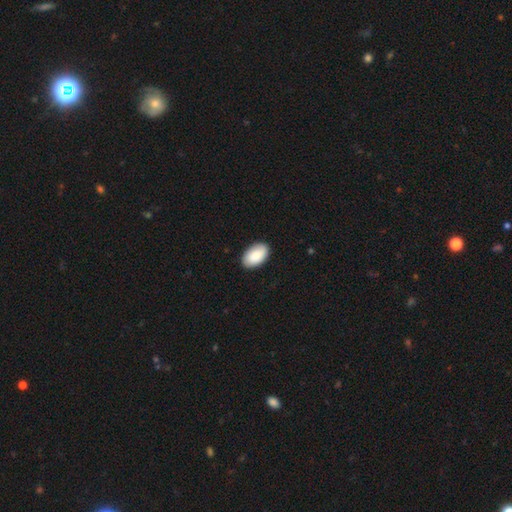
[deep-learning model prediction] A smooth galaxy with no disk features (88%) that is in between round and cigar-shaped (95%).

Vote fractions:
- Smooth or featured? smooth: 88% / featured or disk: 6% / star or artifact: 5%
- How rounded? in between: 95% / round: 4% / cigar-shaped: 1%
- Merging? none: 89% / minor disturbance: 9% / major disturbance: 2% / merger: 1%